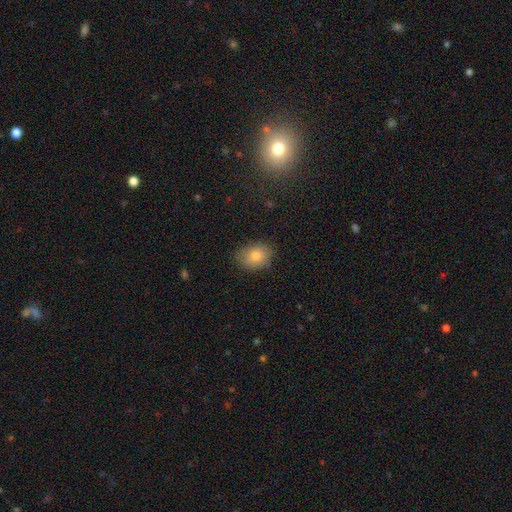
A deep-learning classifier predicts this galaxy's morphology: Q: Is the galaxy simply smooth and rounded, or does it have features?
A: smooth — 79%.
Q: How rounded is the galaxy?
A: in between — 60%.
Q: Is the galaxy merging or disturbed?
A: none — 82%.